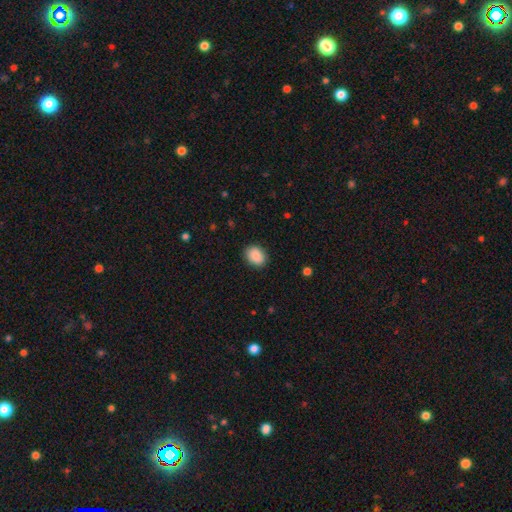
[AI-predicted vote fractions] Smooth or featured?
  - smooth: 89% *
  - star or artifact: 7%
  - featured or disk: 4%
How rounded?
  - in between: 64% *
  - round: 35%
  - cigar-shaped: 1%
Merging?
  - none: 87% *
  - minor disturbance: 9%
  - major disturbance: 2%
  - merger: 1%